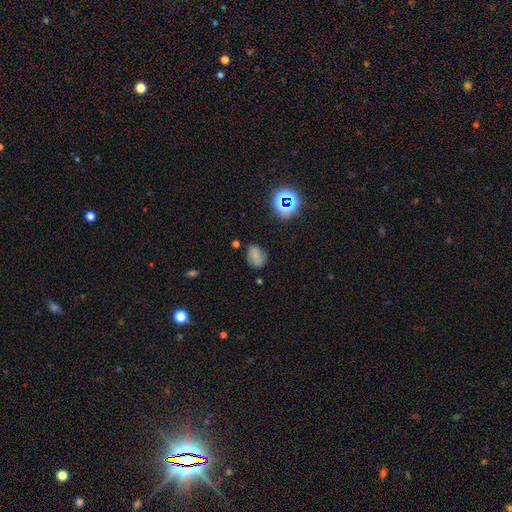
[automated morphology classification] smooth-or-featured: smooth: 64% | star or artifact: 18% | featured or disk: 18%
  how-rounded: in between: 71% | round: 28% | cigar-shaped: 1%
  merging: none: 71% | minor disturbance: 21% | major disturbance: 5% | merger: 4%